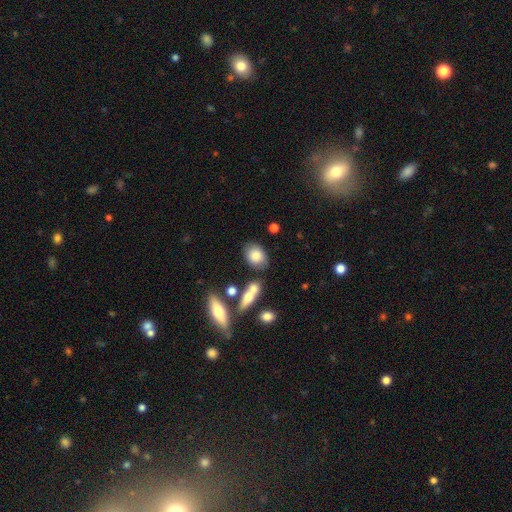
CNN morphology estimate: smooth 79%, featured or disk 13%, star or artifact 8%. Down the decision tree: how rounded — in between (71%); merging — none (69%).